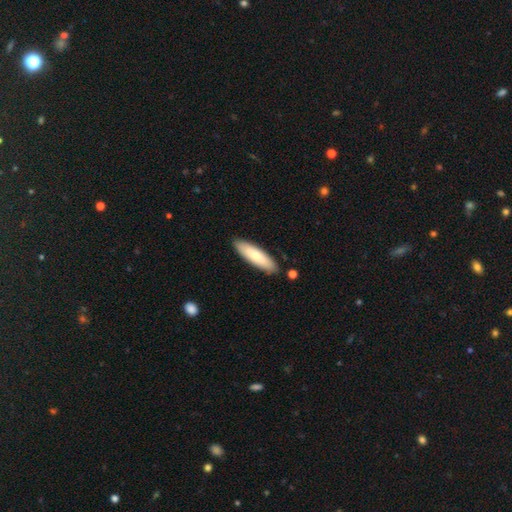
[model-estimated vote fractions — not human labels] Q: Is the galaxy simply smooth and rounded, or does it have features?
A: smooth — 73%.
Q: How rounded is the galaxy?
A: cigar-shaped — 63%.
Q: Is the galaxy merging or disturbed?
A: none — 88%.